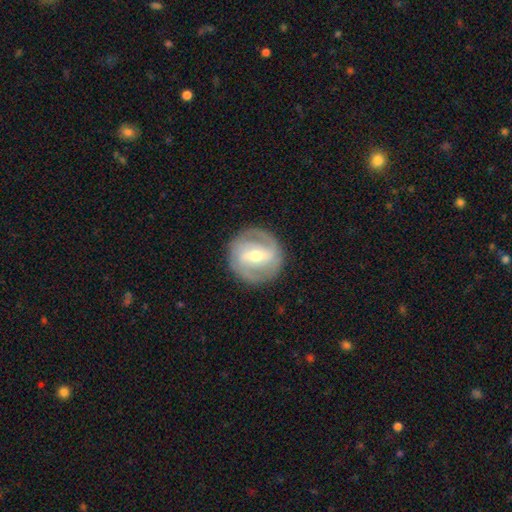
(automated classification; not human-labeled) Q: Smooth or featured?
A: featured or disk (78%); runner-up: smooth (16%)
Q: Edge-on disk?
A: no (96%); runner-up: yes (4%)
Q: Bar?
A: strong (54%); runner-up: weak (35%)
Q: Spiral arms?
A: yes (83%); runner-up: no (17%)
Q: Spiral winding?
A: tight (47%); runner-up: medium (39%)
Q: Spiral arm count?
A: 2 (68%); runner-up: can't tell (15%)
Q: Bulge size?
A: moderate (56%); runner-up: small (40%)
Q: Merging?
A: none (86%); runner-up: minor disturbance (10%)